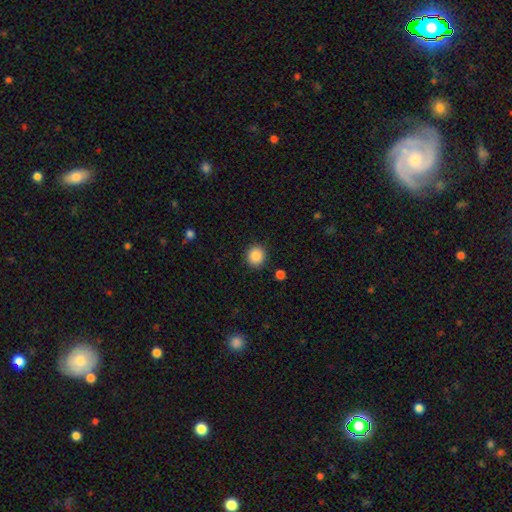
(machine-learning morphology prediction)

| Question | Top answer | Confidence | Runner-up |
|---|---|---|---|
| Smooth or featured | smooth | 87% | star or artifact (9%) |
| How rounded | round | 90% | in between (10%) |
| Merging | none | 90% | minor disturbance (6%) |